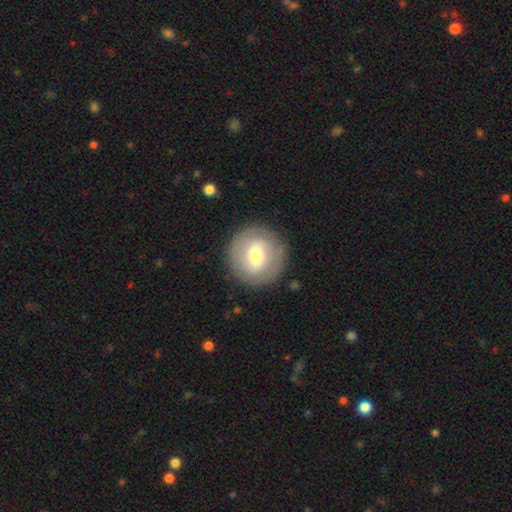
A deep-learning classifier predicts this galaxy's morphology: The model was most divided on "smooth or featured": smooth: 48%, featured or disk: 45%, star or artifact: 7%. More confident: merging — none (87%).